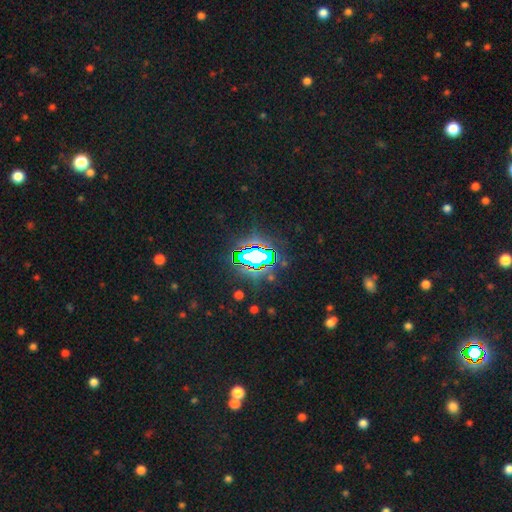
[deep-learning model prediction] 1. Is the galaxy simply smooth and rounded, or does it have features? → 76% star or artifact, 14% smooth, 9% featured or disk.